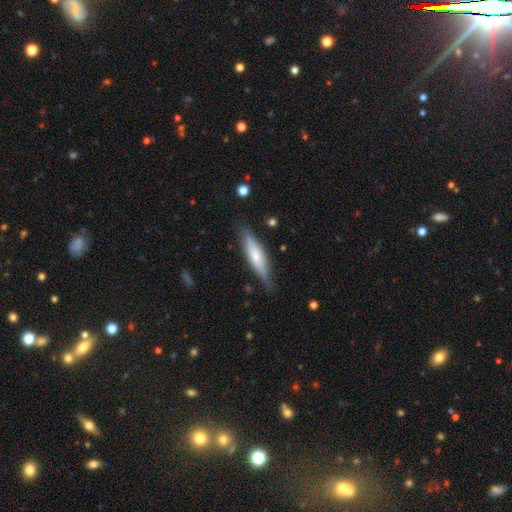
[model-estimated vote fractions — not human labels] Smooth or featured: smooth — 55% (featured or disk — 39%)
How rounded: cigar-shaped — 78% (in between — 21%)
Merging: none — 79% (minor disturbance — 16%)